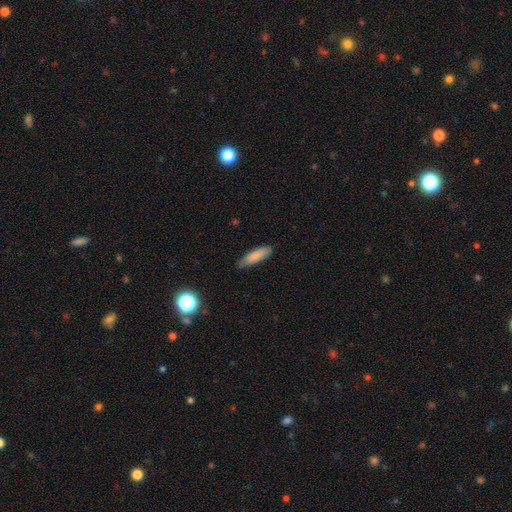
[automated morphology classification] This is clearly a smooth galaxy (85%). How rounded: possibly cigar-shaped (56%). Merging: likely none (74%).